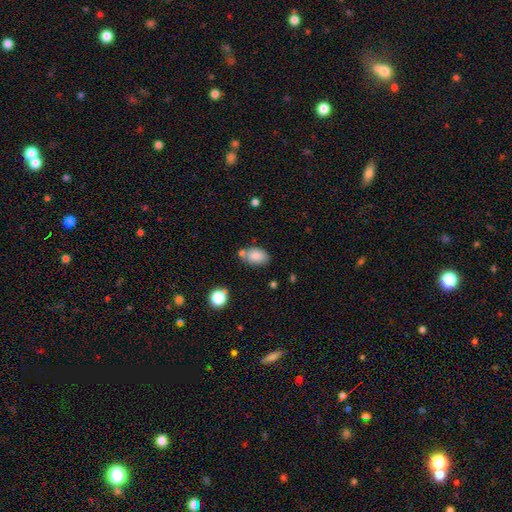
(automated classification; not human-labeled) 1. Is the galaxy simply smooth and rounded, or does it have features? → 85% smooth, 8% star or artifact, 8% featured or disk.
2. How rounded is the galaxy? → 90% in between, 9% round, 1% cigar-shaped.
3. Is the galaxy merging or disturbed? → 63% none, 17% minor disturbance, 16% merger, 4% major disturbance.